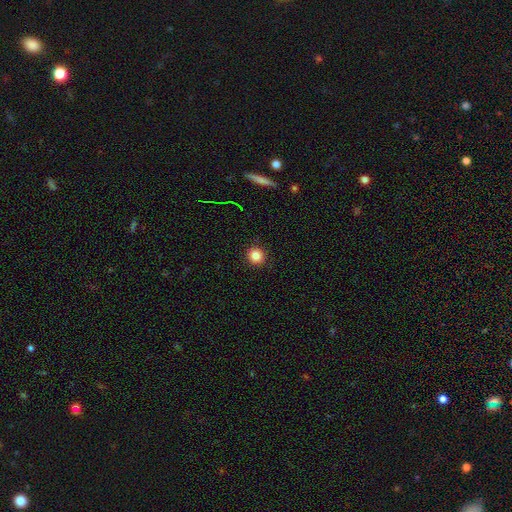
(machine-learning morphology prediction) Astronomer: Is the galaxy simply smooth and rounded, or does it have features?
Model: smooth — 83%.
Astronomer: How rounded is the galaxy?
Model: round — 92%.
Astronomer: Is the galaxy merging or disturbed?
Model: none — 91%.